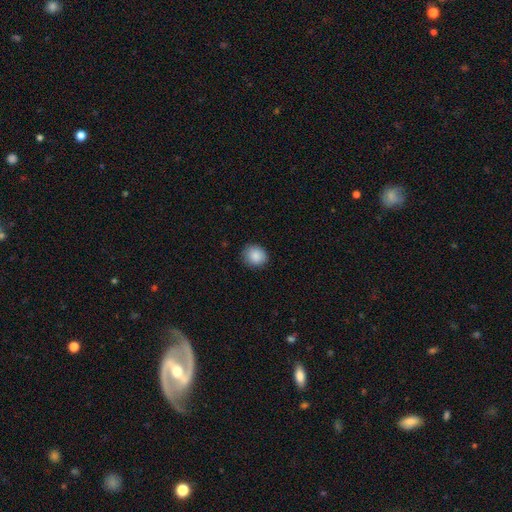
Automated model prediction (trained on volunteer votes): This is clearly a smooth galaxy (88%). How rounded: likely round (79%). Merging: clearly none (86%).